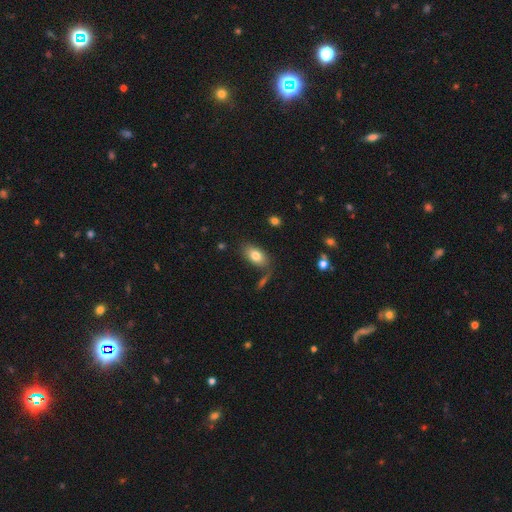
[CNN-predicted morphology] Overall: smooth (78%). How rounded: in between (91%). Merging: none (73%).